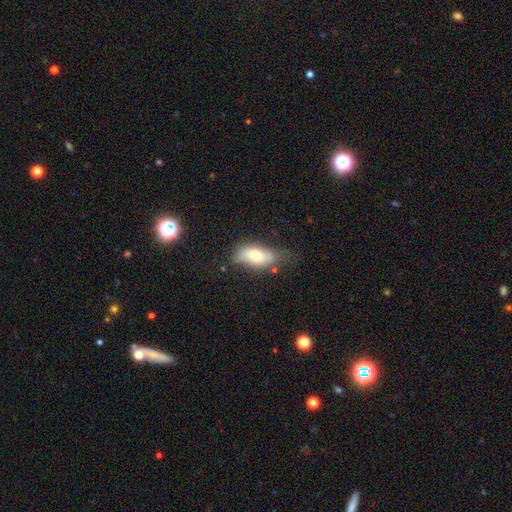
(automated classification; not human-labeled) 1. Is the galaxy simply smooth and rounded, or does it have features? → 71% smooth, 22% featured or disk, 7% star or artifact.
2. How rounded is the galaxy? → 86% in between, 11% cigar-shaped, 3% round.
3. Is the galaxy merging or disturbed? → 49% none, 34% minor disturbance, 12% major disturbance, 5% merger.